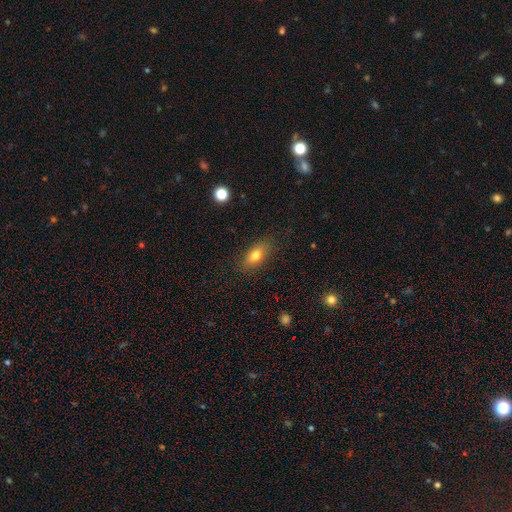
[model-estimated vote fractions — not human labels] A smooth galaxy with no disk features (76%) that is in between round and cigar-shaped (82%). Merging: none (84%).